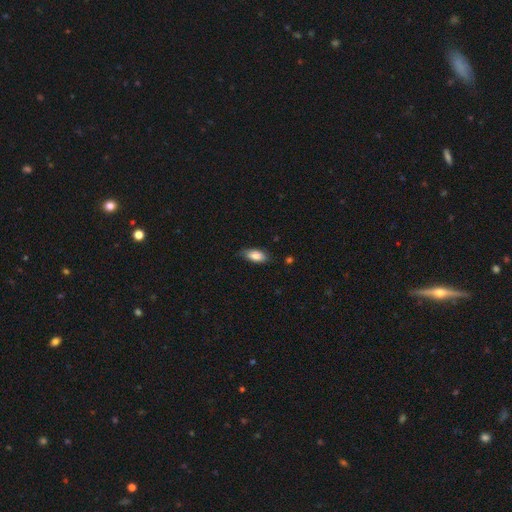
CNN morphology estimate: Smooth or featured? Predicted: smooth (p=0.83). How rounded? Predicted: in between (p=0.89). Merging? Predicted: none (p=0.75).